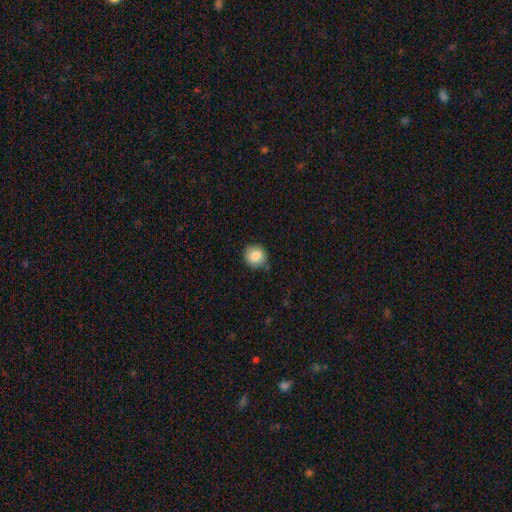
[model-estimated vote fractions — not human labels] The model was most divided on "merging": none: 84%, minor disturbance: 12%, major disturbance: 2%, merger: 1%. More confident: how rounded — round (88%); smooth or featured — smooth (84%).